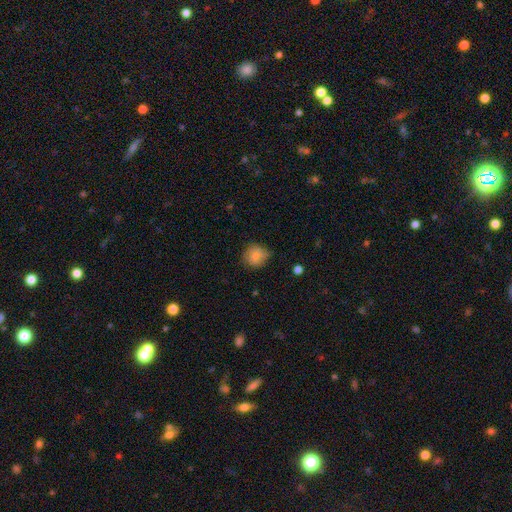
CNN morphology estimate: smooth-or-featured: smooth: 82% | featured or disk: 10% | star or artifact: 8%
  how-rounded: round: 84% | in between: 15% | cigar-shaped: 1%
  merging: none: 70% | minor disturbance: 24% | major disturbance: 5% | merger: 1%